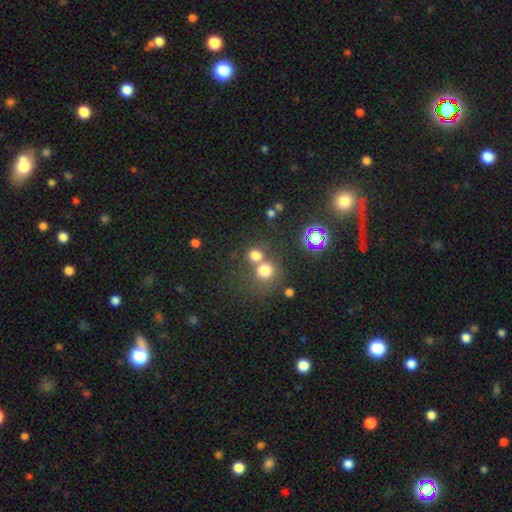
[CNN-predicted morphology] Smooth or featured? Predicted: smooth (p=0.71). How rounded? Predicted: round (p=0.86). Merging? Predicted: none (p=0.50).